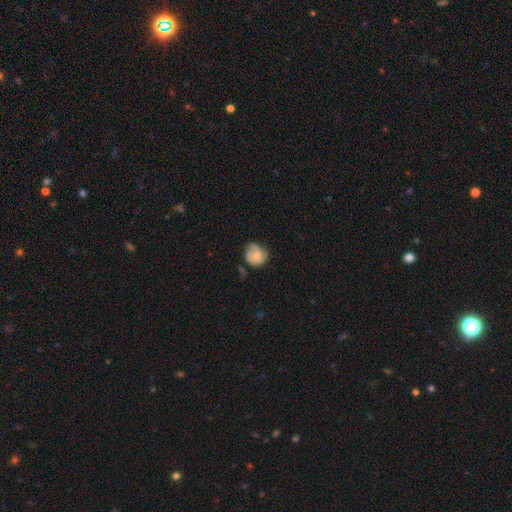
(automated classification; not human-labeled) A smooth galaxy with no disk features (50%) that is round (74%). Merging: none (48%).